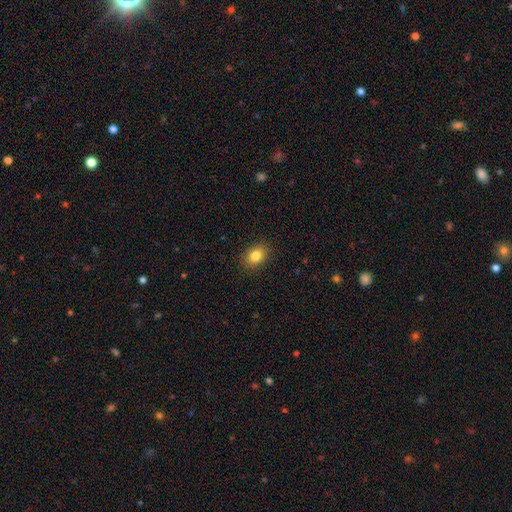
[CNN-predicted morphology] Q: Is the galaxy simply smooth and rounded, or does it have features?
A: smooth — 83%.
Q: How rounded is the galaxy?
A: in between — 65%.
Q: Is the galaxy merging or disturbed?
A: none — 88%.